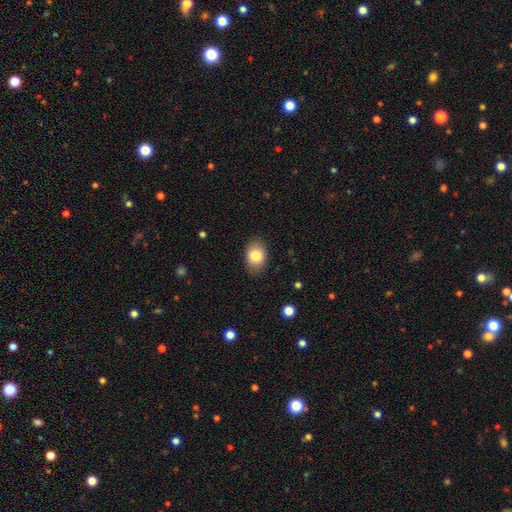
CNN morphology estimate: Smooth or featured?
  - smooth: 82% *
  - featured or disk: 10%
  - star or artifact: 8%
How rounded?
  - in between: 76% *
  - round: 23%
  - cigar-shaped: 1%
Merging?
  - none: 86% *
  - minor disturbance: 11%
  - major disturbance: 3%
  - merger: 1%